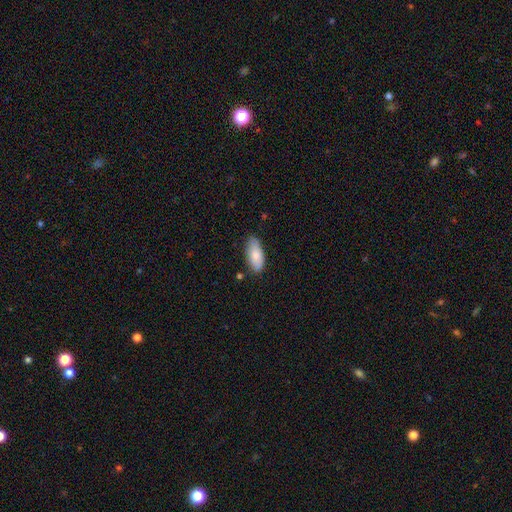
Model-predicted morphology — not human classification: Q: Smooth or featured?
A: smooth (83%); runner-up: featured or disk (11%)
Q: How rounded?
A: in between (89%); runner-up: cigar-shaped (9%)
Q: Merging?
A: none (79%); runner-up: minor disturbance (17%)